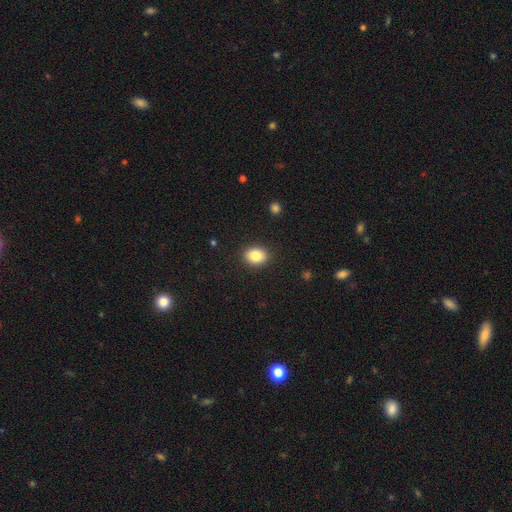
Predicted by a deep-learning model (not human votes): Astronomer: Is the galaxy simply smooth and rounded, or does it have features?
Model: smooth — 84%.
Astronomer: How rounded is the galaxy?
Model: in between — 53% (runner-up: round, 46%).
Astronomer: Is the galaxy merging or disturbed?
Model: none — 90%.